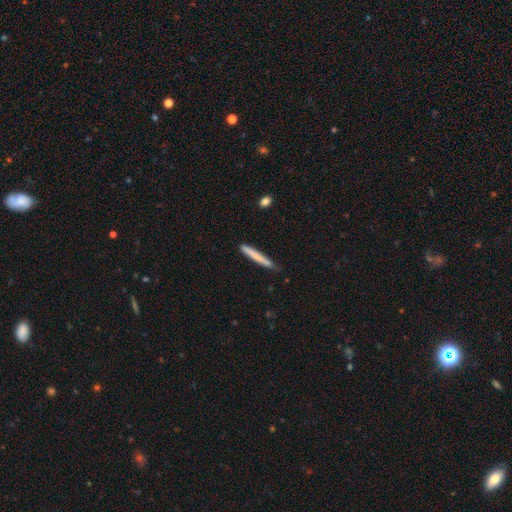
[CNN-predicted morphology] smooth-or-featured: smooth: 73% | featured or disk: 21% | star or artifact: 6%
  how-rounded: cigar-shaped: 96% | in between: 2% | round: 1%
  merging: none: 79% | minor disturbance: 16% | major disturbance: 2% | merger: 2%